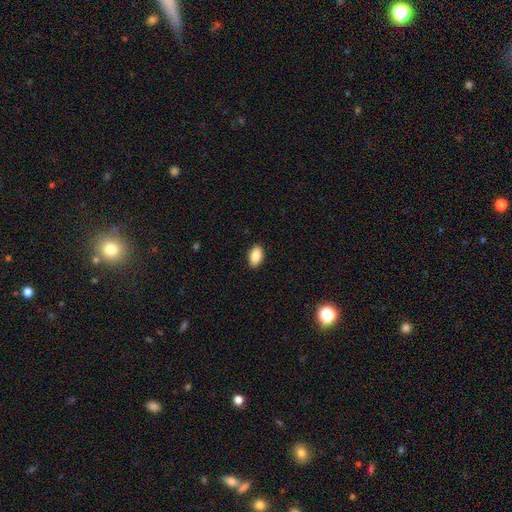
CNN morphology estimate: Q: Smooth or featured?
A: smooth (88%); runner-up: star or artifact (7%)
Q: How rounded?
A: in between (93%); runner-up: round (5%)
Q: Merging?
A: none (89%); runner-up: minor disturbance (8%)